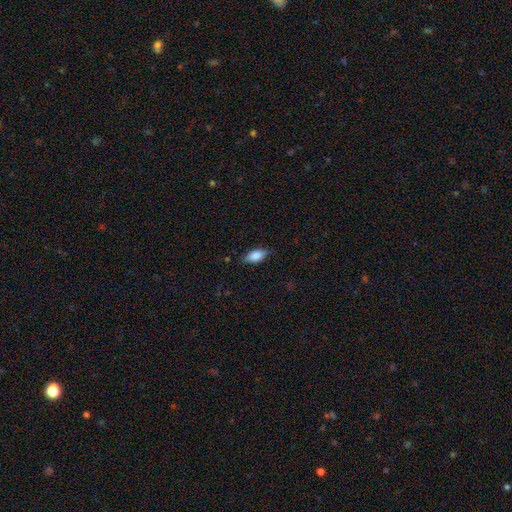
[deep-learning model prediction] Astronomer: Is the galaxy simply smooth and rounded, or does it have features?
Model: smooth — 84%.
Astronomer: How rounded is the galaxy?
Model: in between — 89%.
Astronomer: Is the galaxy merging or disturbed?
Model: none — 80%.